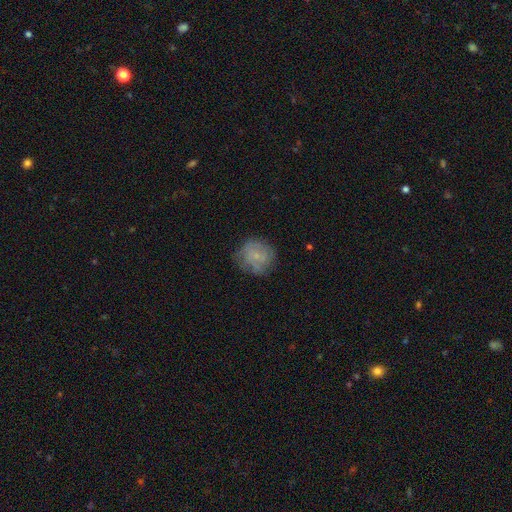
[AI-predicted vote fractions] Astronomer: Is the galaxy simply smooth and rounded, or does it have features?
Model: smooth — 48% (runner-up: featured or disk, 43%).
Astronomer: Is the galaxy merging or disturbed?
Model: none — 68%.